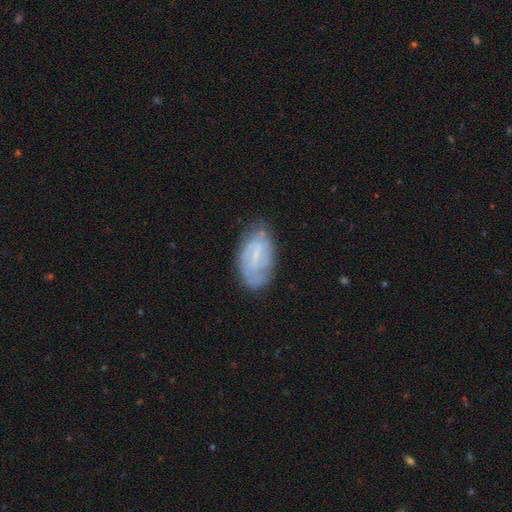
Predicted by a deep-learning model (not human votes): Morphology: type=featured or disk (61%); edge-on=no (94%); bar=weak (48%); spiral arms=yes (69%); bulge=small (45%); merging=none (69%).